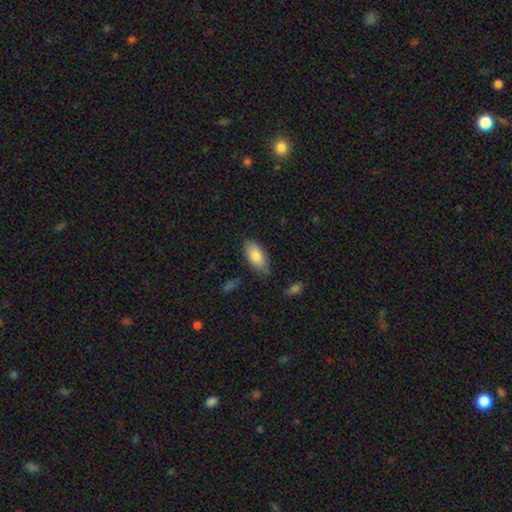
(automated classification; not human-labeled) This is clearly a smooth galaxy (82%). How rounded: clearly in between (91%). Merging: likely none (79%).